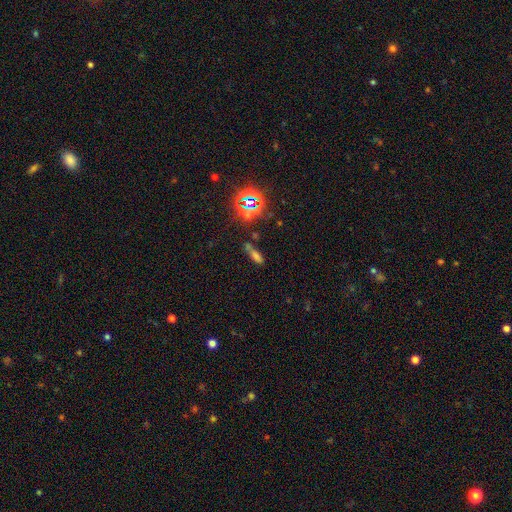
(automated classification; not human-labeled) Smooth or featured?
  - smooth: 48% *
  - star or artifact: 38%
  - featured or disk: 14%
Merging?
  - none: 57% *
  - minor disturbance: 18%
  - merger: 16%
  - major disturbance: 10%